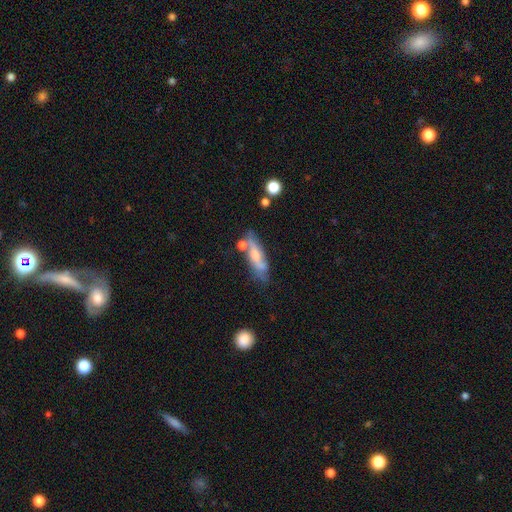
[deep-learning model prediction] Smooth or featured? Predicted: featured or disk (p=0.53). Edge-on disk? Predicted: no (p=0.58). Merging? Predicted: none (p=0.55).